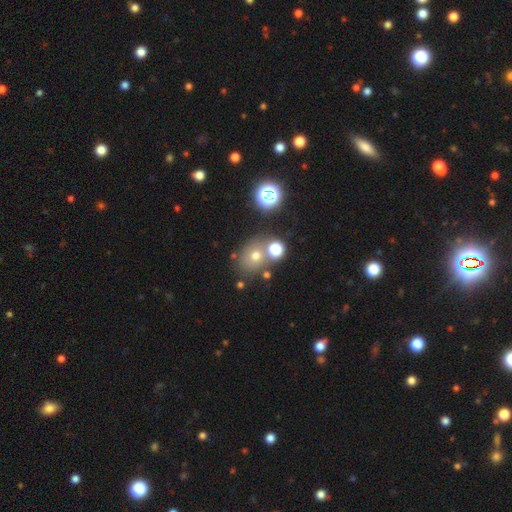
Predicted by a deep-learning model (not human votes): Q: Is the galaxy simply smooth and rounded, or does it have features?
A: smooth — 62%.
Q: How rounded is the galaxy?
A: round — 63%.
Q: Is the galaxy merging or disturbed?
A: none — 62%.